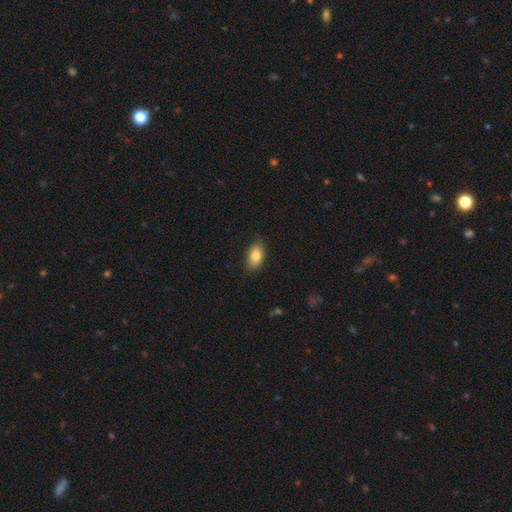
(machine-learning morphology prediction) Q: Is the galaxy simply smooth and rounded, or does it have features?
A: smooth — 84%.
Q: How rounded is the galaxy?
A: in between — 90%.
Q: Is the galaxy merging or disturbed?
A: none — 83%.